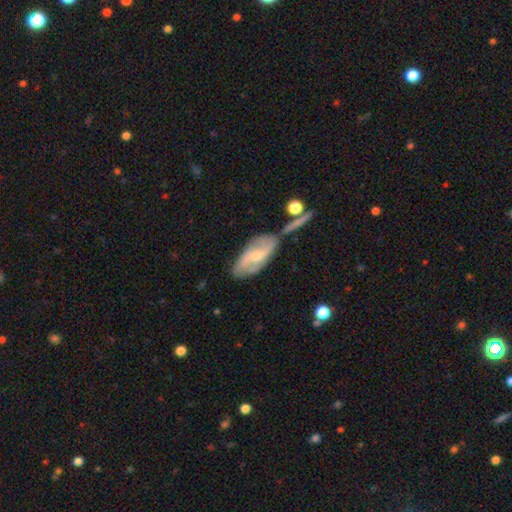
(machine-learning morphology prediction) Q: Smooth or featured?
A: featured or disk (67%); runner-up: smooth (27%)
Q: Edge-on disk?
A: no (90%); runner-up: yes (10%)
Q: Bar?
A: weak (44%); runner-up: no (40%)
Q: Spiral arms?
A: yes (88%); runner-up: no (12%)
Q: Spiral winding?
A: loose (46%); runner-up: medium (37%)
Q: Spiral arm count?
A: 2 (77%); runner-up: can't tell (13%)
Q: Bulge size?
A: small (58%); runner-up: moderate (36%)
Q: Merging?
A: none (59%); runner-up: minor disturbance (19%)